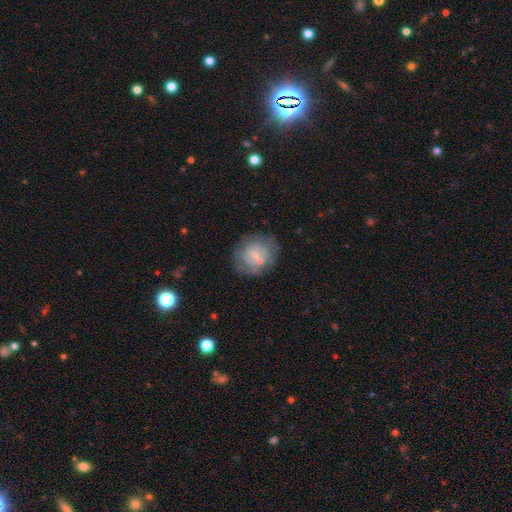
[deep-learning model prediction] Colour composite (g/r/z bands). It shows a featured or disk galaxy (51%). Merging: none (61%).